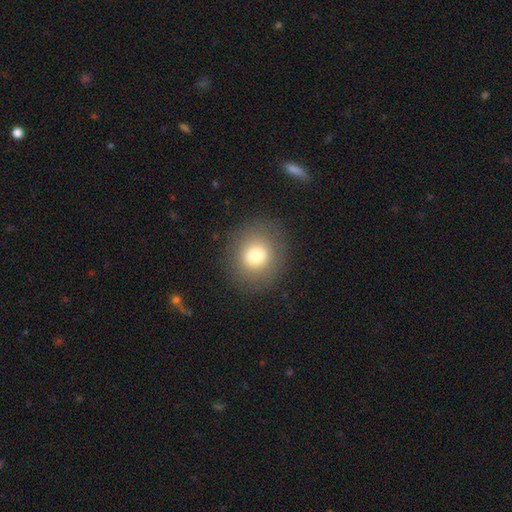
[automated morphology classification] Smooth or featured: smooth — 76% (featured or disk — 13%)
How rounded: round — 83% (in between — 16%)
Merging: none — 88% (minor disturbance — 7%)